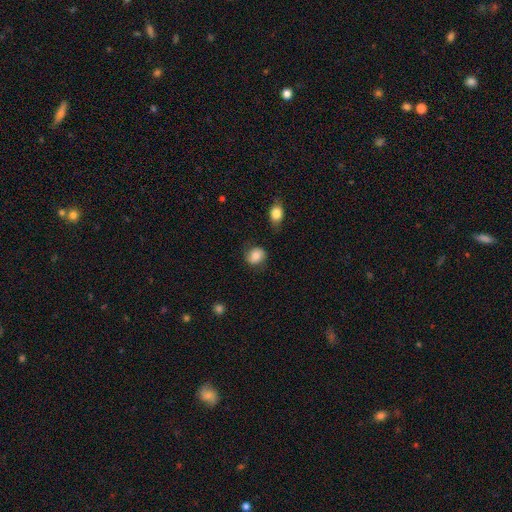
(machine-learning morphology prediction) The model was most divided on "how rounded": round: 63%, in between: 36%, cigar-shaped: 1%. More confident: smooth or featured — smooth (79%); merging — none (75%).